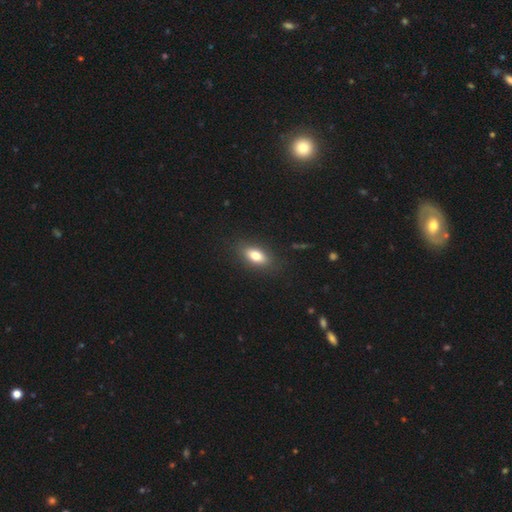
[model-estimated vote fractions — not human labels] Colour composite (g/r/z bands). It shows a smooth galaxy with no disk features (78%) that is in between round and cigar-shaped (85%). Merging: none (87%).